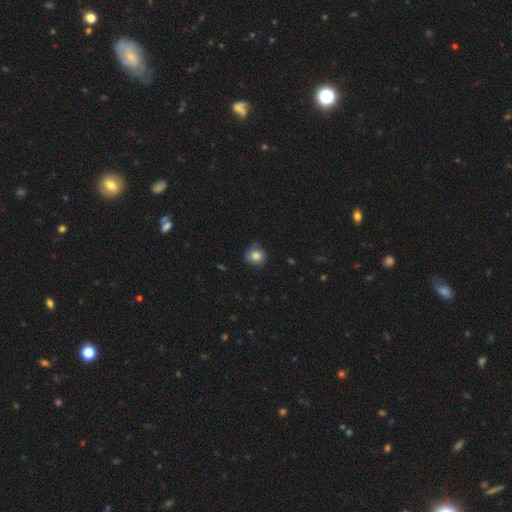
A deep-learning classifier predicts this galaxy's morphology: smooth-or-featured: smooth: 81% | featured or disk: 9% | star or artifact: 9%
  how-rounded: round: 86% | in between: 14% | cigar-shaped: 1%
  merging: none: 67% | minor disturbance: 25% | major disturbance: 6% | merger: 2%